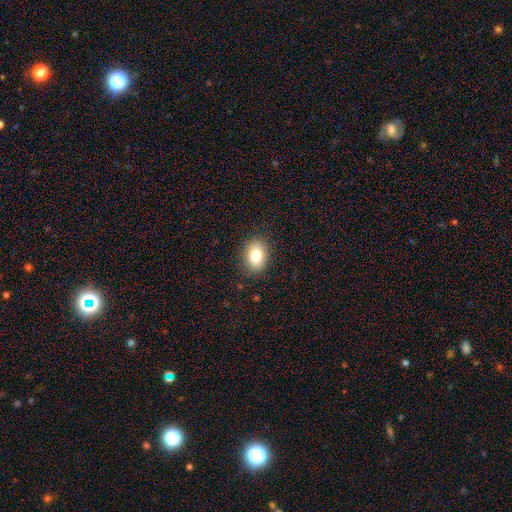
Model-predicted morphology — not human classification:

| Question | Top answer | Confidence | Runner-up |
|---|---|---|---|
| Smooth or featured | smooth | 82% | star or artifact (9%) |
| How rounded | in between | 67% | round (32%) |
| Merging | none | 86% | minor disturbance (10%) |